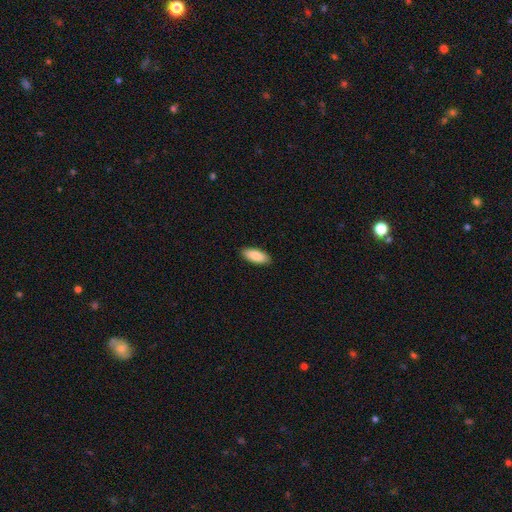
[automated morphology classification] Q: Smooth or featured?
A: smooth (88%); runner-up: featured or disk (6%)
Q: How rounded?
A: in between (85%); runner-up: cigar-shaped (14%)
Q: Merging?
A: none (89%); runner-up: minor disturbance (8%)